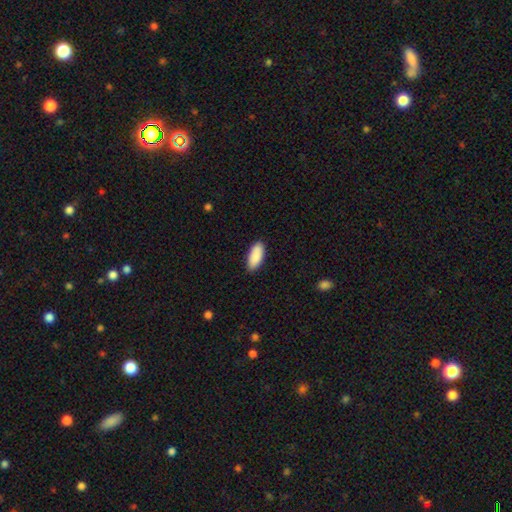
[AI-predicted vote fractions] A smooth galaxy with no disk features (90%) that is in between round and cigar-shaped (87%).

Vote fractions:
- Smooth or featured? smooth: 90% / star or artifact: 6% / featured or disk: 4%
- How rounded? in between: 87% / cigar-shaped: 11% / round: 2%
- Merging? none: 87% / minor disturbance: 10% / major disturbance: 2% / merger: 1%